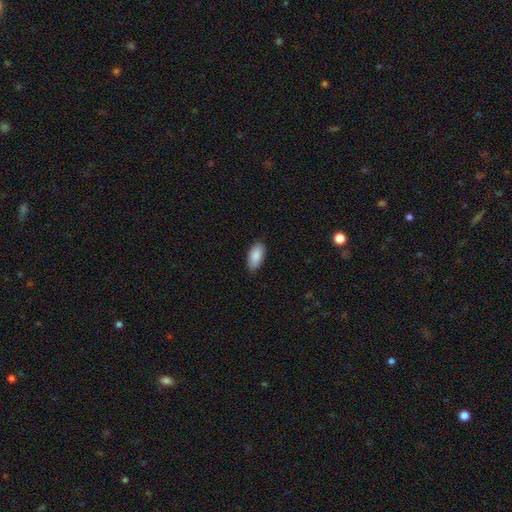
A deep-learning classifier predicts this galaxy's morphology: smooth-or-featured: smooth: 89% | star or artifact: 6% | featured or disk: 5%
  how-rounded: in between: 93% | cigar-shaped: 4% | round: 2%
  merging: none: 85% | minor disturbance: 12% | major disturbance: 2% | merger: 1%